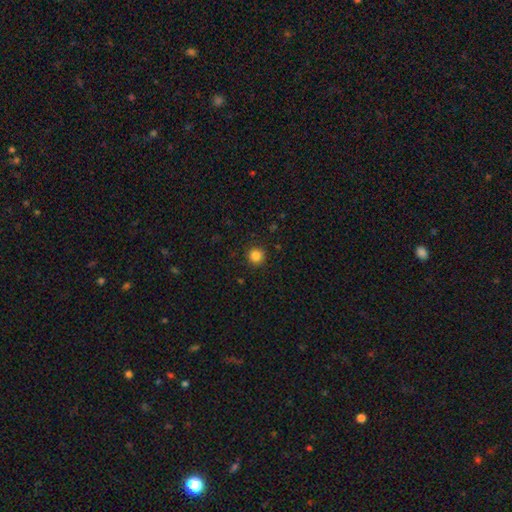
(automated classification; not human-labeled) smooth 84%, star or artifact 12%, featured or disk 4%. Down the decision tree: how rounded — round (94%); merging — none (91%).